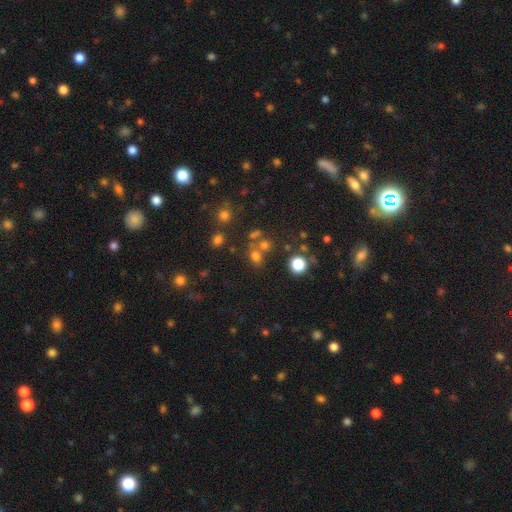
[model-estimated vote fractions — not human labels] The model was most divided on "how rounded": round: 53%, in between: 45%, cigar-shaped: 2%. More confident: smooth or featured — smooth (67%); merging — none (57%).